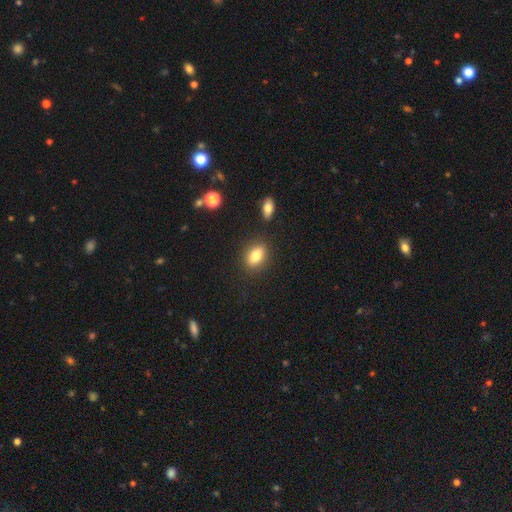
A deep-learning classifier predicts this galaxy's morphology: The model was most divided on "how rounded": in between: 80%, round: 16%, cigar-shaped: 4%. More confident: merging — none (84%); smooth or featured — smooth (81%).